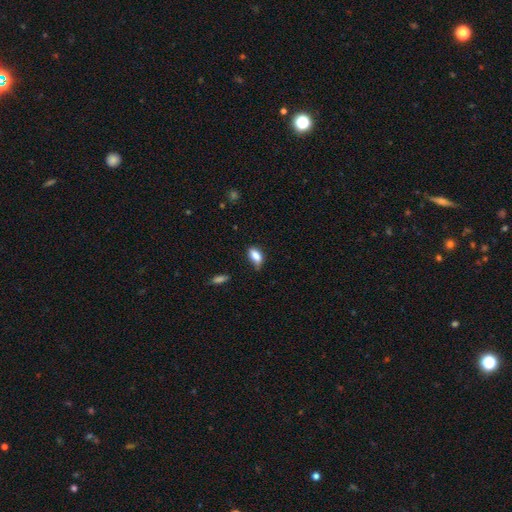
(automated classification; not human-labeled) smooth 83%, featured or disk 9%, star or artifact 8%. Down the decision tree: how rounded — in between (88%); merging — none (60%).